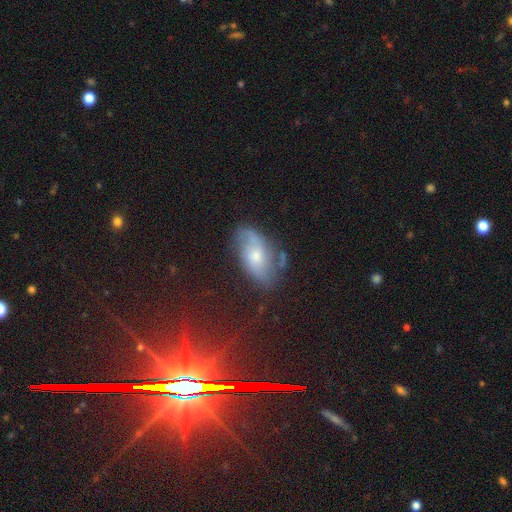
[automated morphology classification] featured or disk 57%, smooth 33%, star or artifact 10%. Down the decision tree: edge-on disk — no (92%); bar — no (65%); spiral arms — yes (84%); bulge size — moderate (53%); merging — none (62%).